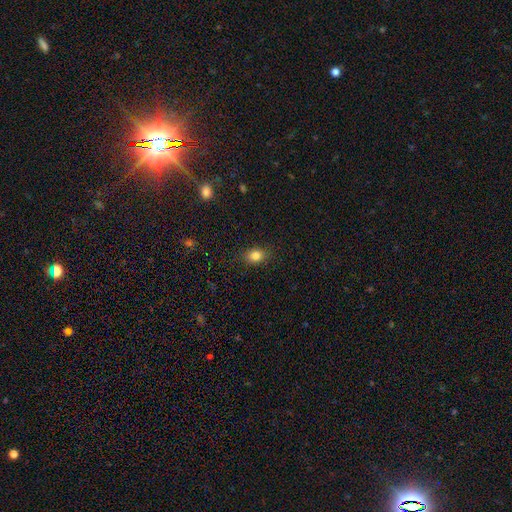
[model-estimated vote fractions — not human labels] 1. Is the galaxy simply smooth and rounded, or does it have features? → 83% smooth, 11% star or artifact, 7% featured or disk.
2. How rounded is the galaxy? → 65% in between, 34% round, 1% cigar-shaped.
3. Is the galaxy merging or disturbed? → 87% none, 10% minor disturbance, 2% major disturbance, 1% merger.